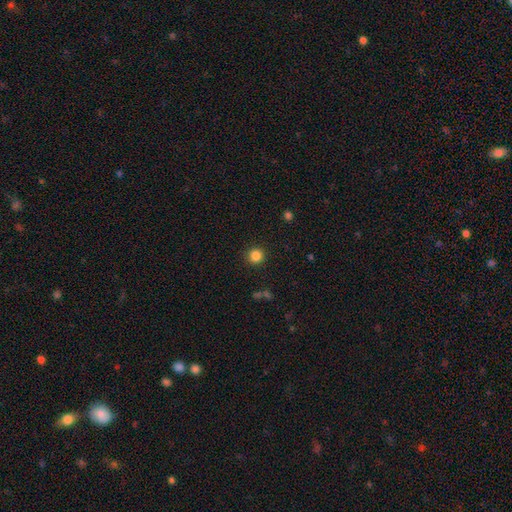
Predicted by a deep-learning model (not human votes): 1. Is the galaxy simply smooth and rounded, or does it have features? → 84% smooth, 12% star or artifact, 4% featured or disk.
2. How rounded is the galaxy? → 95% round, 4% in between, 1% cigar-shaped.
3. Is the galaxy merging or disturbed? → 91% none, 5% minor disturbance, 2% major disturbance, 1% merger.